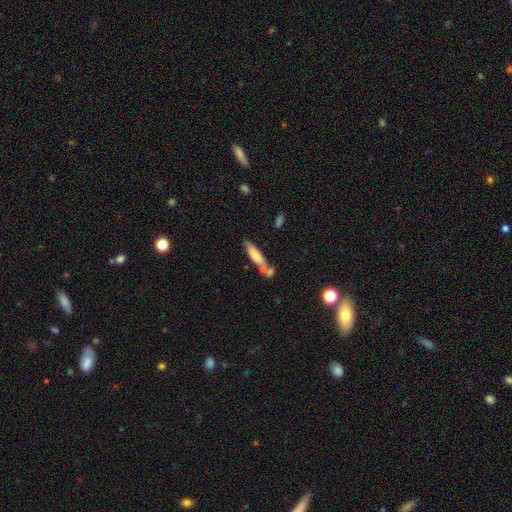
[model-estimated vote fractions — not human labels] Smooth or featured? smooth (68%)
How rounded? cigar-shaped (74%)
Merging? none (54%)